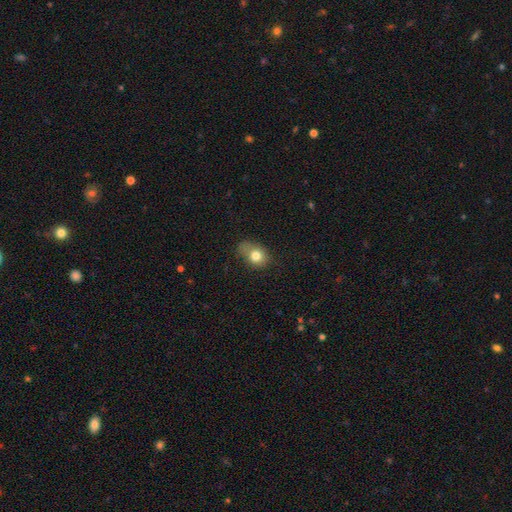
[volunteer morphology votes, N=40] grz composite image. It shows a smooth galaxy with no disk features (70%) that is in between round and cigar-shaped (71%). Merging: none (54%).